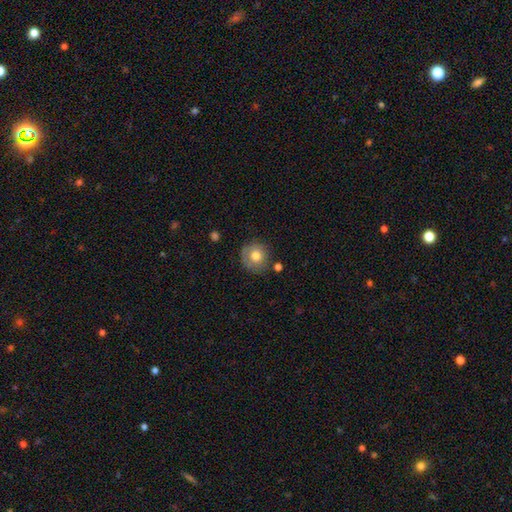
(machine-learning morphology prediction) smooth_or_featured: smooth (p=0.73) [alt: featured or disk p=0.18]
how_rounded: round (p=0.91) [alt: in between p=0.08]
merging: none (p=0.72) [alt: minor disturbance p=0.18]